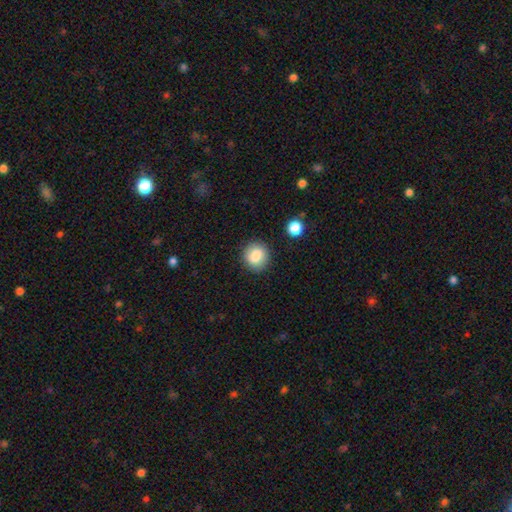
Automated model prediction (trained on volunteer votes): Smooth or featured?
  - smooth: 84% *
  - star or artifact: 9%
  - featured or disk: 8%
How rounded?
  - round: 80% *
  - in between: 19%
  - cigar-shaped: 1%
Merging?
  - none: 85% *
  - minor disturbance: 10%
  - major disturbance: 3%
  - merger: 2%